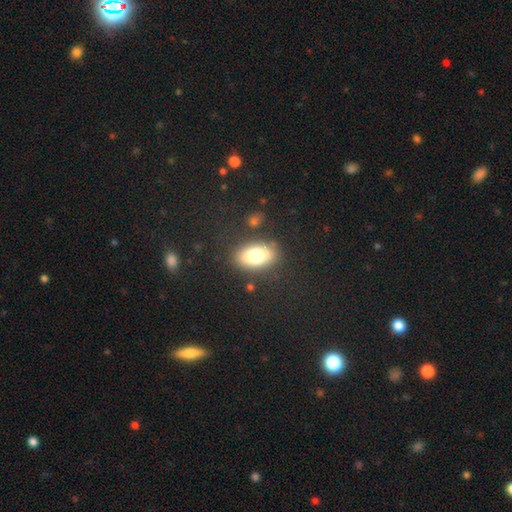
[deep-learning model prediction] smooth_or_featured: smooth (p=0.77) [alt: featured or disk p=0.15]
how_rounded: in between (p=0.88) [alt: round p=0.08]
merging: none (p=0.83) [alt: minor disturbance p=0.11]